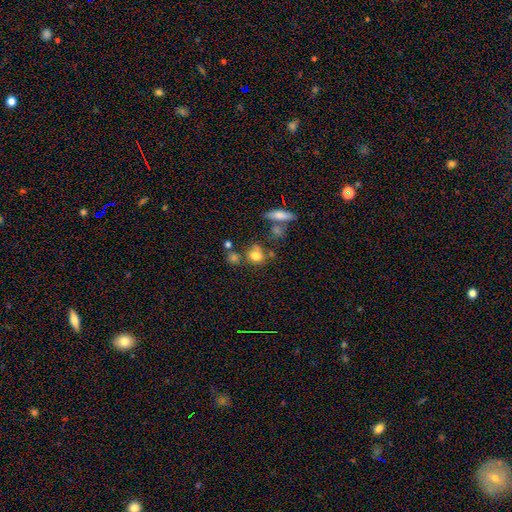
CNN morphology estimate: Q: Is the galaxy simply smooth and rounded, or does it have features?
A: smooth — 76%.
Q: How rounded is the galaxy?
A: round — 64%.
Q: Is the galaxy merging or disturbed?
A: none — 52%.